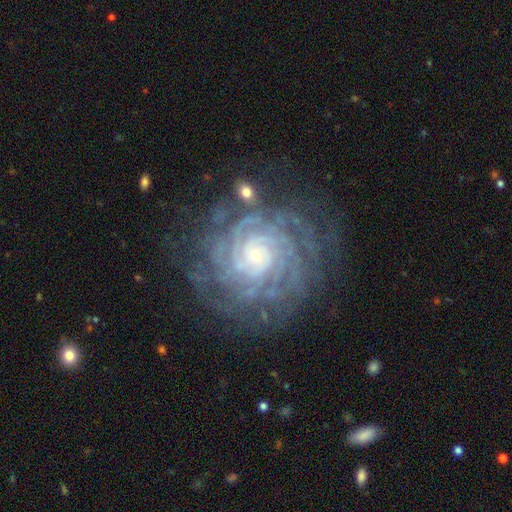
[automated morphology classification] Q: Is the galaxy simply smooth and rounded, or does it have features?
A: featured or disk — 89%.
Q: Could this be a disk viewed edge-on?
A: no — 98%.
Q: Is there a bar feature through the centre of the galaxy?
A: no — 73%.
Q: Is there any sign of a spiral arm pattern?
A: yes — 98%.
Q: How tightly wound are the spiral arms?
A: tight — 84%.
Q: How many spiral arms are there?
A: can't tell — 25%.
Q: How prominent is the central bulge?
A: small — 80%.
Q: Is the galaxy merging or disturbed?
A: none — 74%.